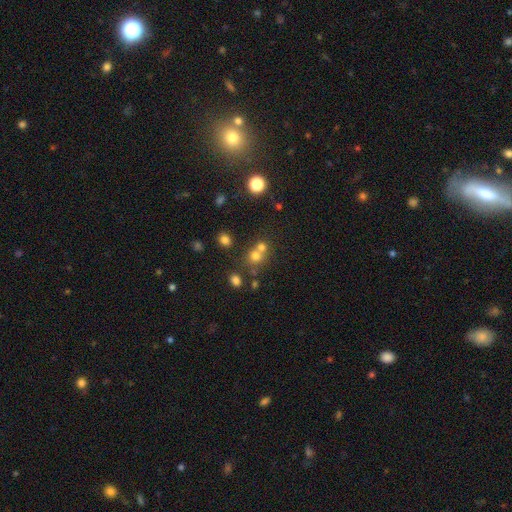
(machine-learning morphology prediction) Smooth or featured? smooth (68%)
How rounded? round (81%)
Merging? merger (48%)